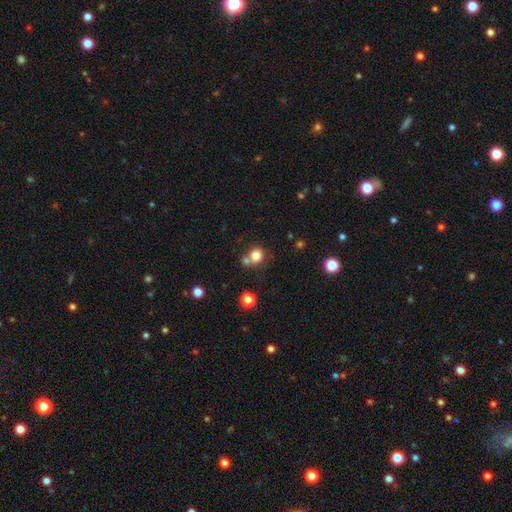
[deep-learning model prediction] This appears to be a smooth galaxy with no disk features (80%) that is round (81%). Merging: none (55%).